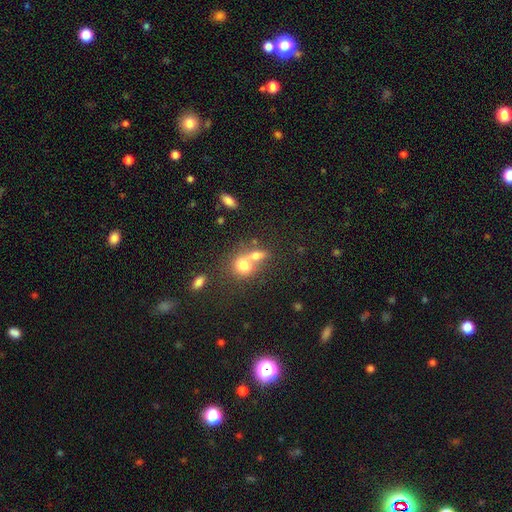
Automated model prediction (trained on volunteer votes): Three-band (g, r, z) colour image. It shows a smooth galaxy with no disk features (71%) that is in between round and cigar-shaped (53%). Merging: merger (64%).